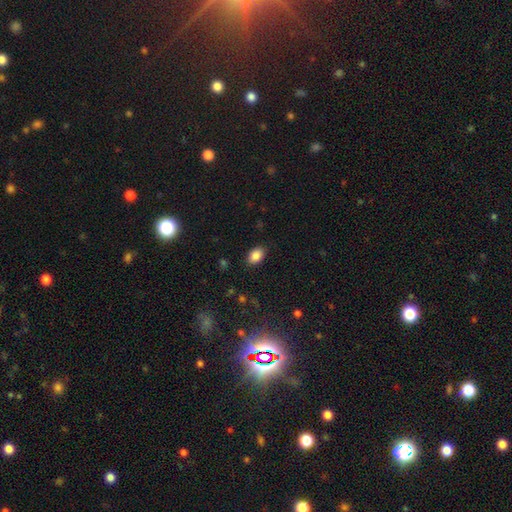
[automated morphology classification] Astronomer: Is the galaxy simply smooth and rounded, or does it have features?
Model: smooth — 86%.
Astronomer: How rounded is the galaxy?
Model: in between — 86%.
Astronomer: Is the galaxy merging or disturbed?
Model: none — 86%.